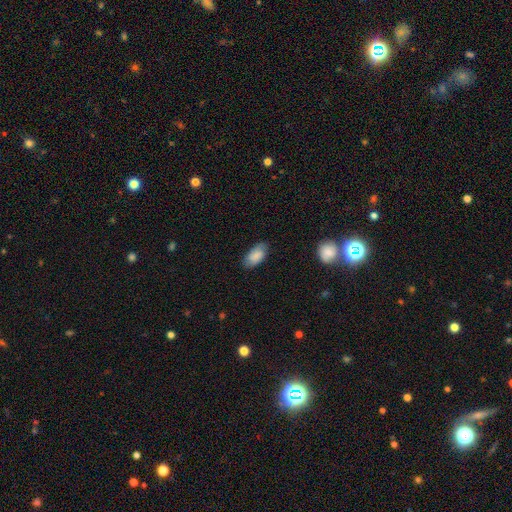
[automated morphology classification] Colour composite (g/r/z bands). It shows a smooth galaxy with no disk features (83%) that is in between round and cigar-shaped (94%). Merging: none (79%).